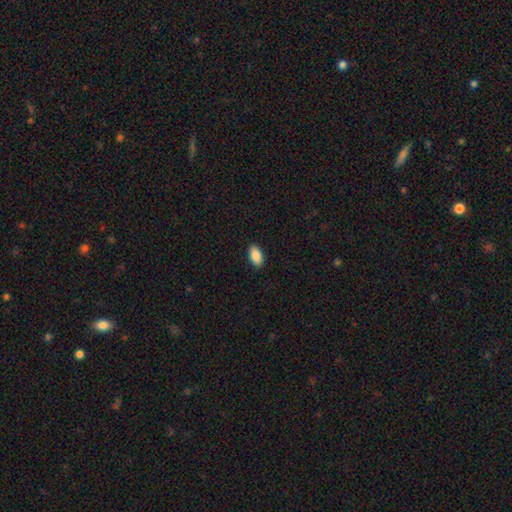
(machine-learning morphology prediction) Overall: smooth (89%). How rounded: in between (94%). Merging: none (90%).